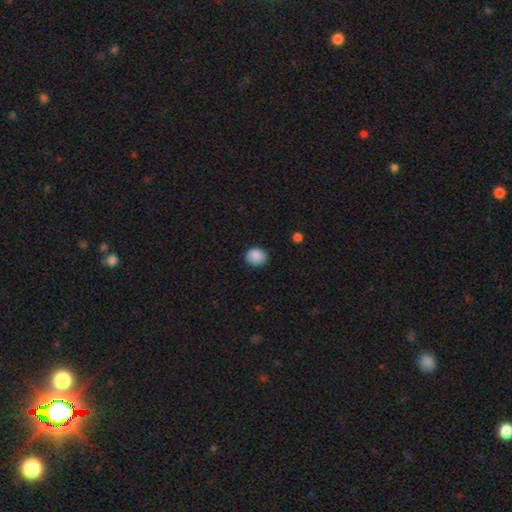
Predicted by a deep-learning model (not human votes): A smooth galaxy with no disk features (88%) that is round (73%).

Vote fractions:
- Smooth or featured? smooth: 88% / star or artifact: 9% / featured or disk: 3%
- How rounded? round: 73% / in between: 26% / cigar-shaped: 1%
- Merging? none: 85% / minor disturbance: 12% / major disturbance: 2% / merger: 1%